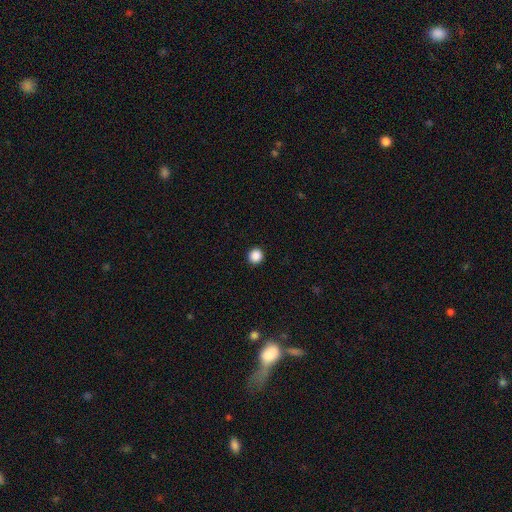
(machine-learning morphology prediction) The model was most divided on "smooth or featured": smooth: 88%, star or artifact: 10%, featured or disk: 2%. More confident: how rounded — round (96%); merging — none (94%).